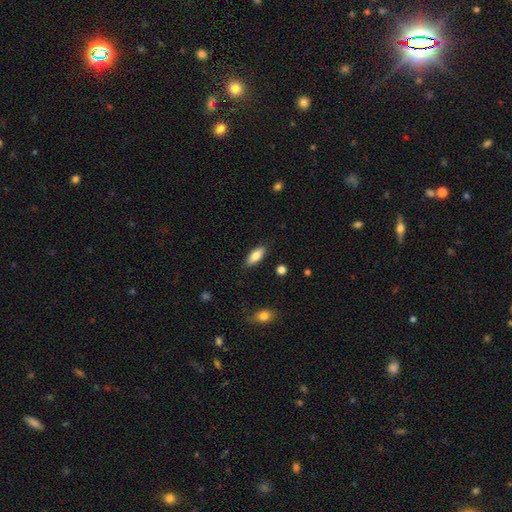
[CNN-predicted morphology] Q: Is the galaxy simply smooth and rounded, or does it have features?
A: smooth — 80%.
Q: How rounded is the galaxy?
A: in between — 78%.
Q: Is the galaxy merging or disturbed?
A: none — 87%.